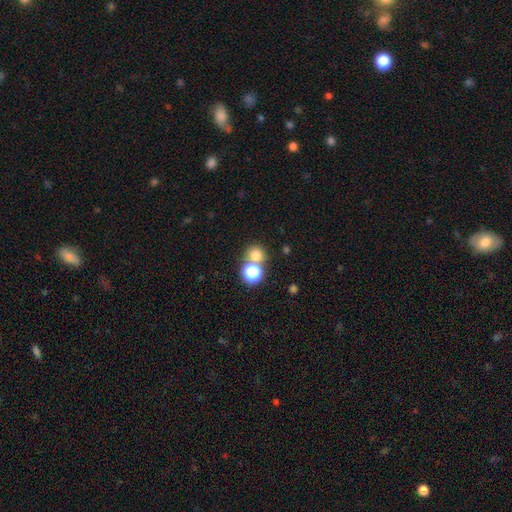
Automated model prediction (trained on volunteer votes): This appears to be a smooth galaxy with no disk features (72%) that is round (89%). Merging: none (64%).